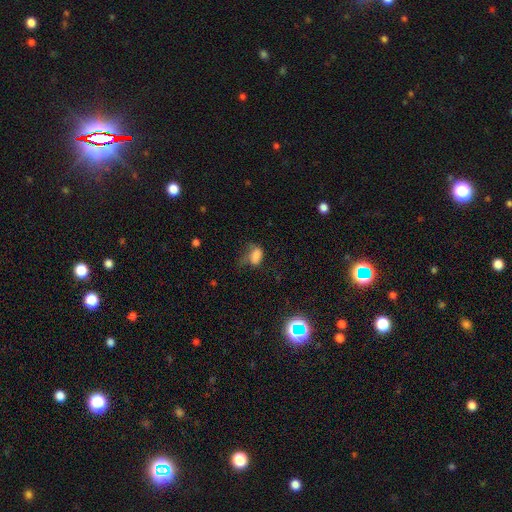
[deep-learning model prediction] The model was most divided on "merging": major disturbance: 40%, minor disturbance: 28%, none: 28%, merger: 4%. More confident: how rounded — in between (86%); smooth or featured — smooth (72%).